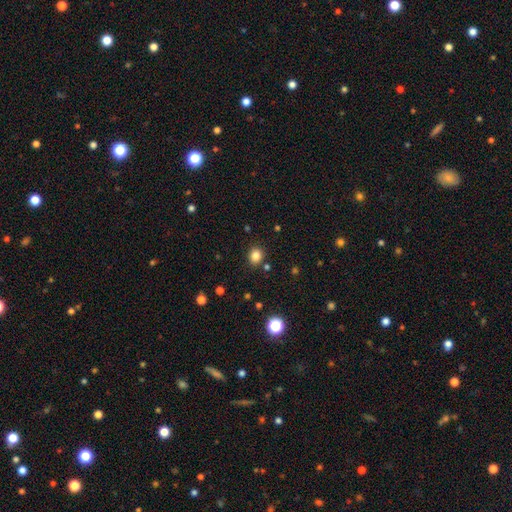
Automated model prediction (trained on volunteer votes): smooth 83%, star or artifact 13%, featured or disk 4%. Down the decision tree: how rounded — round (76%); merging — none (87%).